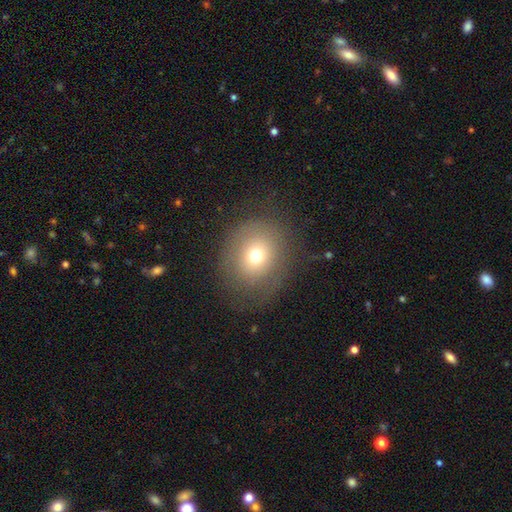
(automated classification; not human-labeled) This is likely a smooth galaxy (68%). How rounded: likely round (75%). Merging: likely none (72%).